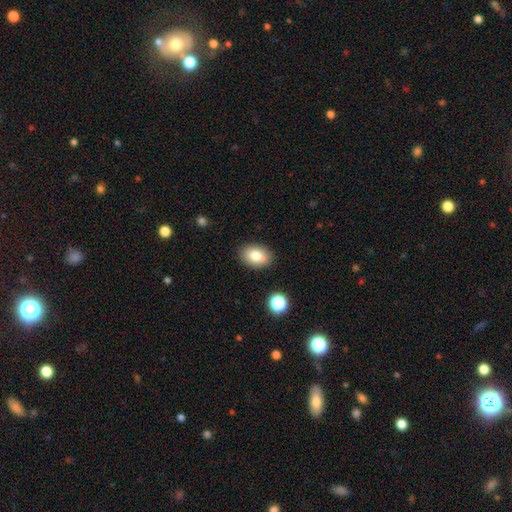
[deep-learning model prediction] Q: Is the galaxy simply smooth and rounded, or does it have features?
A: smooth — 79%.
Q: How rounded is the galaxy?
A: in between — 83%.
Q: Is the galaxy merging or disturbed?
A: none — 86%.